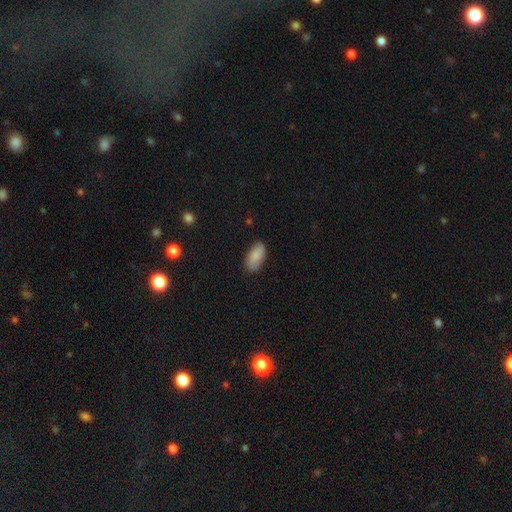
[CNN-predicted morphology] This appears to be a smooth galaxy with no disk features (85%) that is in between round and cigar-shaped (93%). Merging: none (80%).